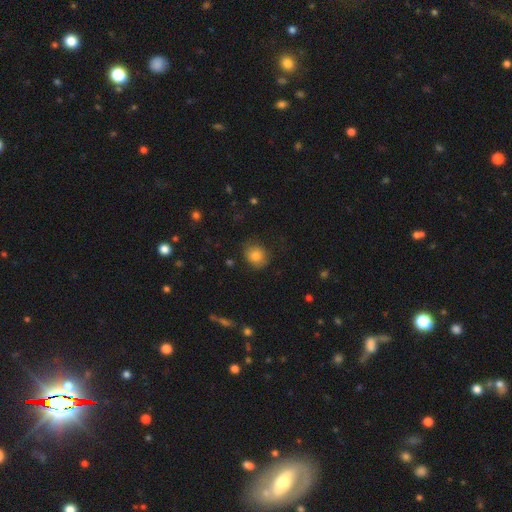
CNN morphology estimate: Q: Smooth or featured?
A: smooth (82%); runner-up: star or artifact (10%)
Q: How rounded?
A: round (79%); runner-up: in between (20%)
Q: Merging?
A: none (78%); runner-up: minor disturbance (16%)